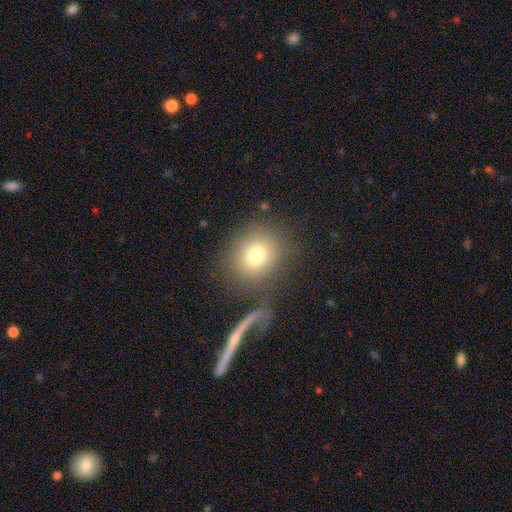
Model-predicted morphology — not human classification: Smooth or featured? smooth (75%)
How rounded? round (82%)
Merging? none (73%)